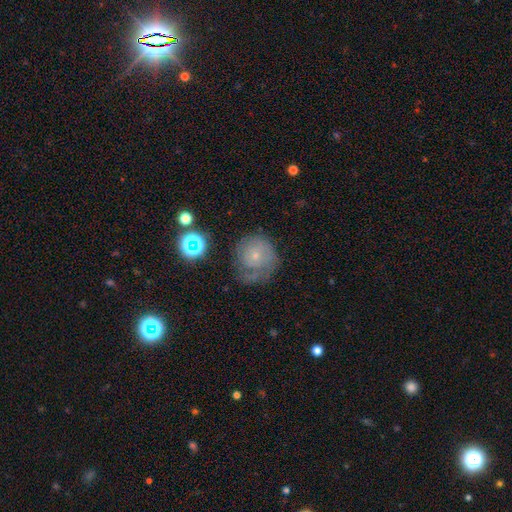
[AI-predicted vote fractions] Q: Smooth or featured?
A: smooth (45%); runner-up: featured or disk (42%)
Q: Merging?
A: none (48%); runner-up: minor disturbance (27%)